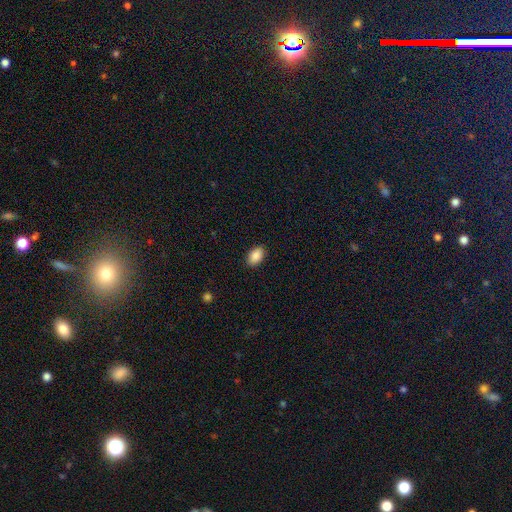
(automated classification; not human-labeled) smooth_or_featured: smooth (p=0.89) [alt: star or artifact p=0.07]
how_rounded: in between (p=0.92) [alt: round p=0.07]
merging: none (p=0.89) [alt: minor disturbance p=0.08]